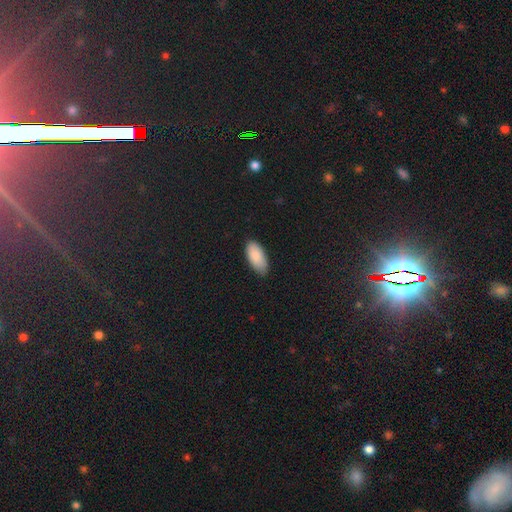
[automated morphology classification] Smooth or featured?
  - smooth: 88% *
  - star or artifact: 6%
  - featured or disk: 6%
How rounded?
  - in between: 92% *
  - cigar-shaped: 7%
  - round: 2%
Merging?
  - none: 77% *
  - minor disturbance: 19%
  - major disturbance: 2%
  - merger: 1%